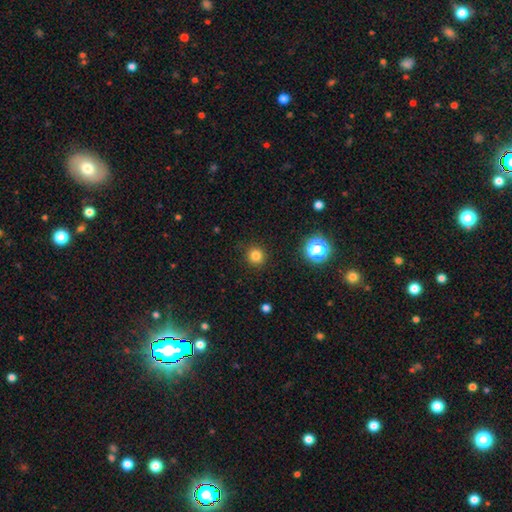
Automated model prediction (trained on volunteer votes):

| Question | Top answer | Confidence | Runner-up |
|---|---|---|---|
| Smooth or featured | smooth | 81% | star or artifact (14%) |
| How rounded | round | 94% | in between (5%) |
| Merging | none | 90% | minor disturbance (6%) |